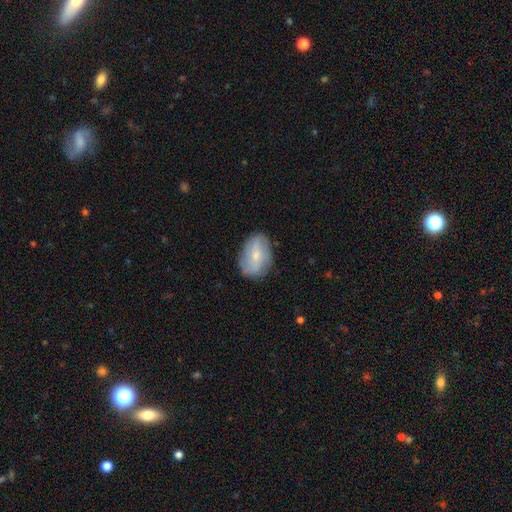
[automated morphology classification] Smooth or featured? Predicted: smooth (p=0.47). Merging? Predicted: none (p=0.77).